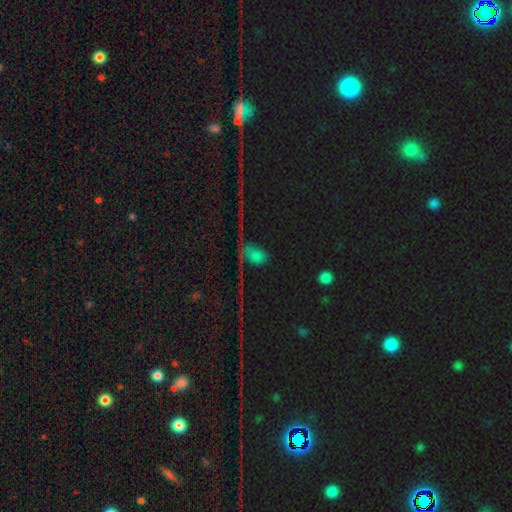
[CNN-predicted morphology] This appears to be a star or artifact, not a galaxy (45%).